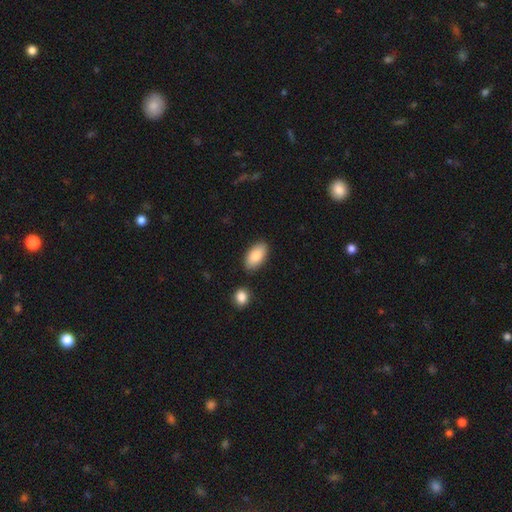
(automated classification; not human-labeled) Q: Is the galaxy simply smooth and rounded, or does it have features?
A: smooth — 83%.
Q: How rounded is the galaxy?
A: in between — 94%.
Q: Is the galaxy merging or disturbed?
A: none — 83%.